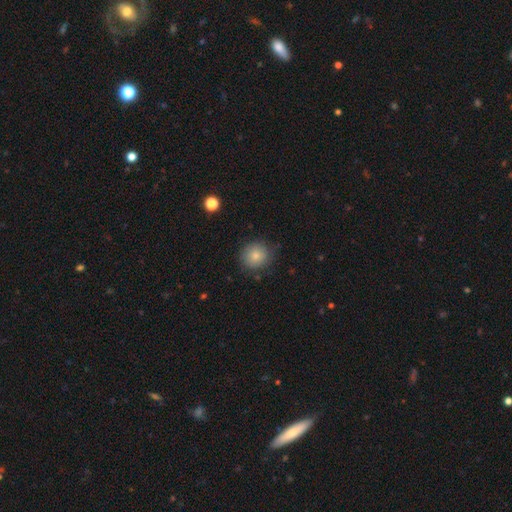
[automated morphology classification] This is clearly a smooth galaxy (81%). How rounded: clearly round (87%). Merging: clearly none (81%).